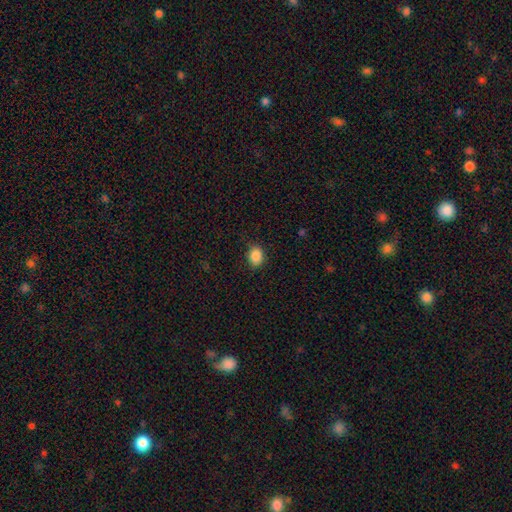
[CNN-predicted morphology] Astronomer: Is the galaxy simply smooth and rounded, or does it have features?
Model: smooth — 87%.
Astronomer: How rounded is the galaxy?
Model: in between — 56% (runner-up: round, 43%).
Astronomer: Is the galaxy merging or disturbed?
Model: none — 84%.